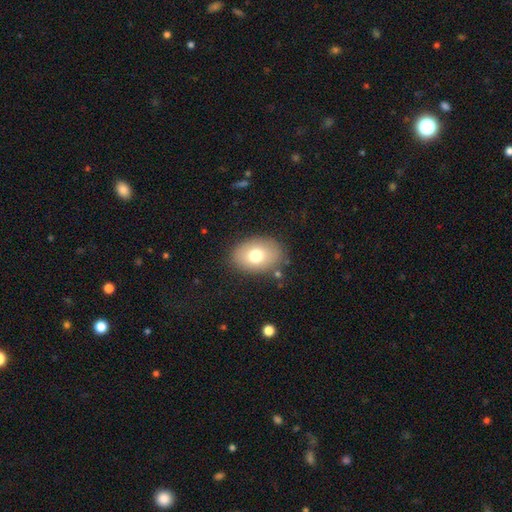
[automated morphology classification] Smooth or featured? smooth (74%)
How rounded? in between (79%)
Merging? none (83%)